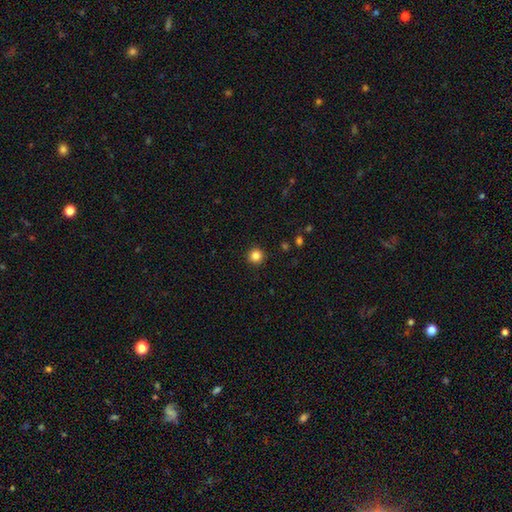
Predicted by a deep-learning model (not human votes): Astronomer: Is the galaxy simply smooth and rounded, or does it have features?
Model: smooth — 84%.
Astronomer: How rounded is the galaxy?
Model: round — 95%.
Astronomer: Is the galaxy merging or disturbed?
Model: none — 92%.